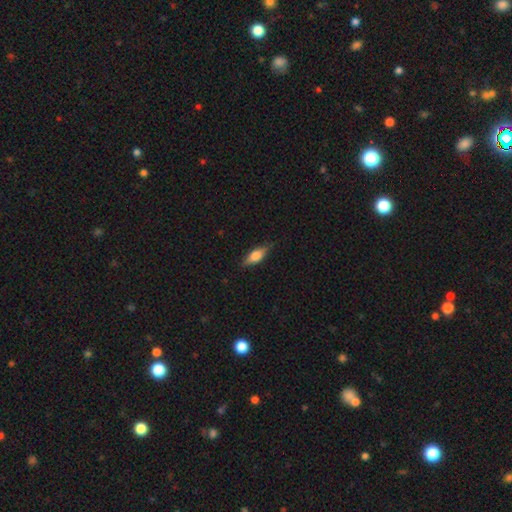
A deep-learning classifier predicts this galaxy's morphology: Smooth or featured: smooth — 55% (featured or disk — 38%)
How rounded: in between — 61% (cigar-shaped — 35%)
Merging: none — 82% (minor disturbance — 14%)